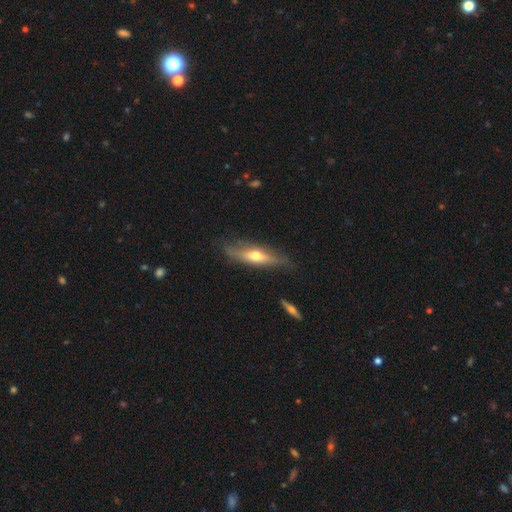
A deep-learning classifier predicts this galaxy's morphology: type=featured or disk (48%); merging=none (72%).